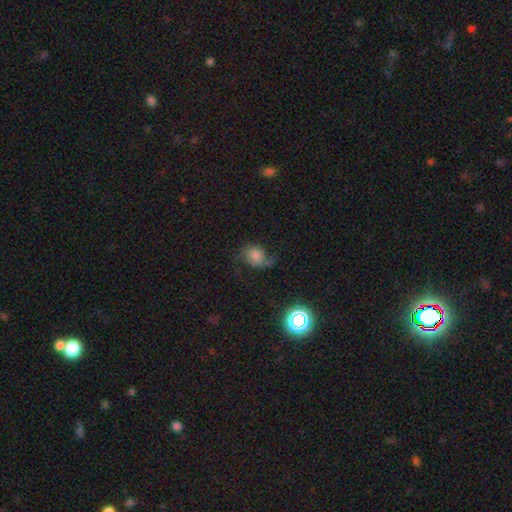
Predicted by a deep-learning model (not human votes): A smooth galaxy with no disk features (45%). Merging: none (50%).